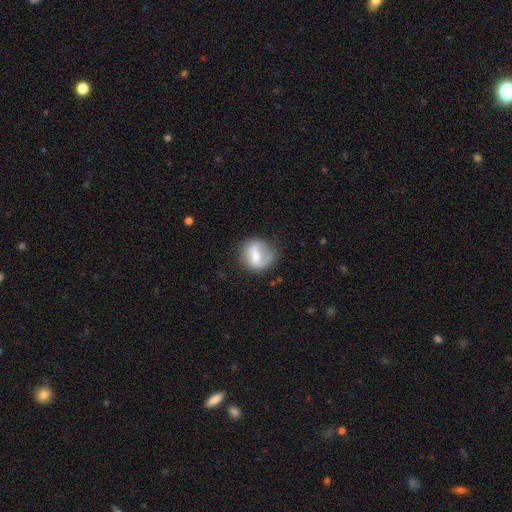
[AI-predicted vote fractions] A smooth galaxy with no disk features (56%) that is round (74%).

Vote fractions:
- Smooth or featured? smooth: 56% / featured or disk: 36% / star or artifact: 8%
- How rounded? round: 74% / in between: 24% / cigar-shaped: 2%
- Merging? none: 61% / minor disturbance: 23% / major disturbance: 12% / merger: 3%